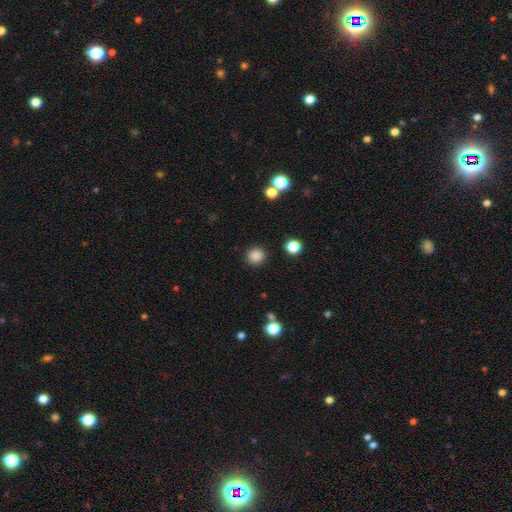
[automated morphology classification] Smooth or featured?
  - smooth: 86% *
  - star or artifact: 11%
  - featured or disk: 3%
How rounded?
  - round: 92% *
  - in between: 7%
  - cigar-shaped: 1%
Merging?
  - none: 91% *
  - minor disturbance: 5%
  - major disturbance: 2%
  - merger: 2%